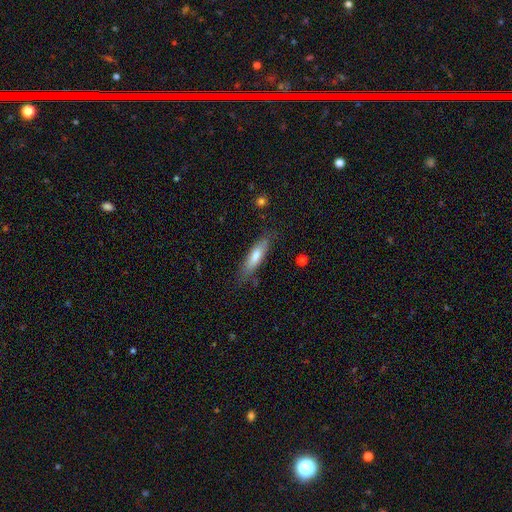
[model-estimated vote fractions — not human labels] smooth-or-featured: smooth: 69% | featured or disk: 25% | star or artifact: 6%
  how-rounded: cigar-shaped: 70% | in between: 29% | round: 2%
  merging: none: 77% | minor disturbance: 18% | major disturbance: 4% | merger: 2%